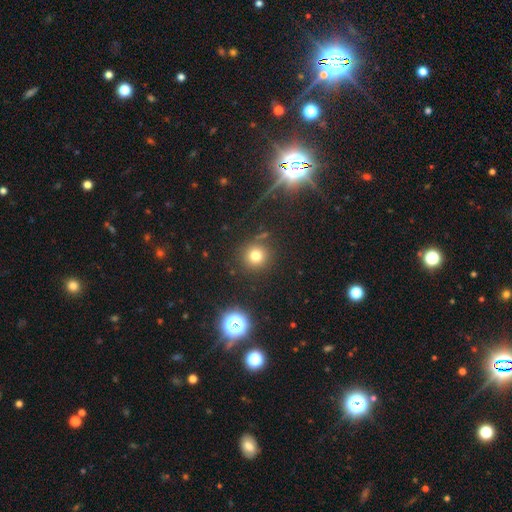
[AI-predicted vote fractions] Q: Smooth or featured?
A: smooth (73%); runner-up: star or artifact (20%)
Q: How rounded?
A: round (93%); runner-up: in between (6%)
Q: Merging?
A: none (85%); runner-up: minor disturbance (8%)